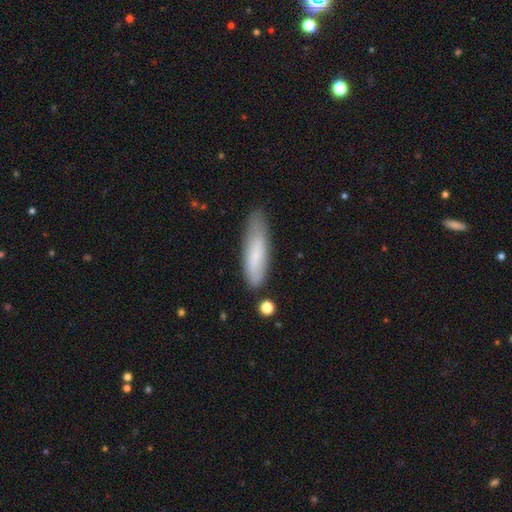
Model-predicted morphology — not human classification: This is likely a smooth galaxy (72%). How rounded: likely cigar-shaped (67%). Merging: likely none (70%).